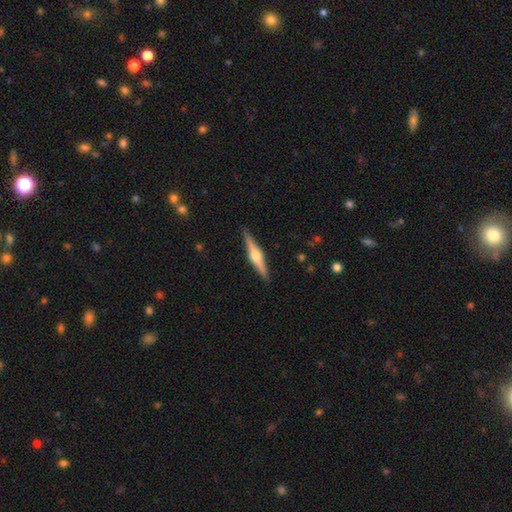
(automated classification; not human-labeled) The model was most divided on "smooth or featured": featured or disk: 75%, smooth: 20%, star or artifact: 5%. More confident: edge-on disk — yes (98%); edge-on bulge — rounded (95%); merging — none (91%).